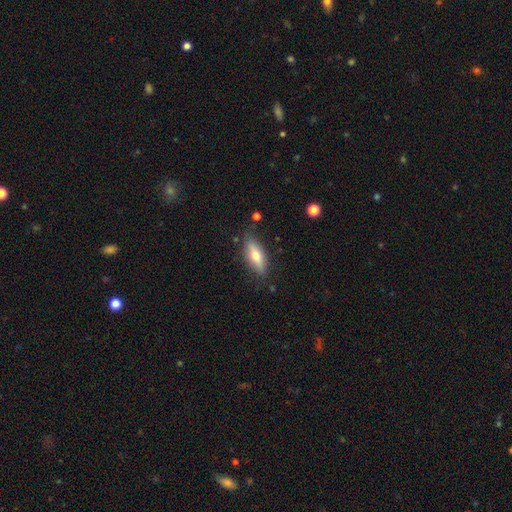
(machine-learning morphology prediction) This is possibly a smooth galaxy (56%). How rounded: possibly in between (55%). Merging: clearly none (80%).